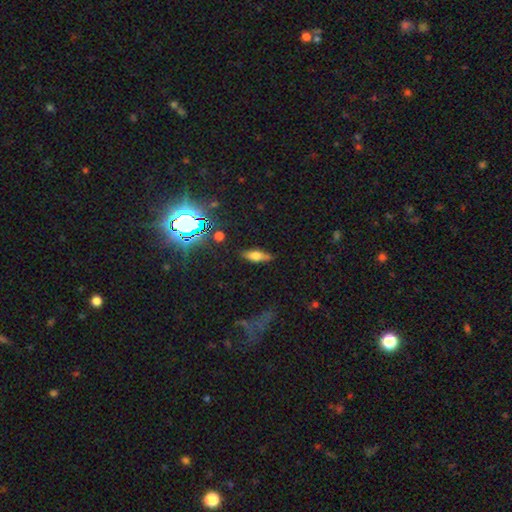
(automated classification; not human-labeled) Smooth or featured? smooth (59%)
How rounded? in between (60%)
Merging? none (80%)